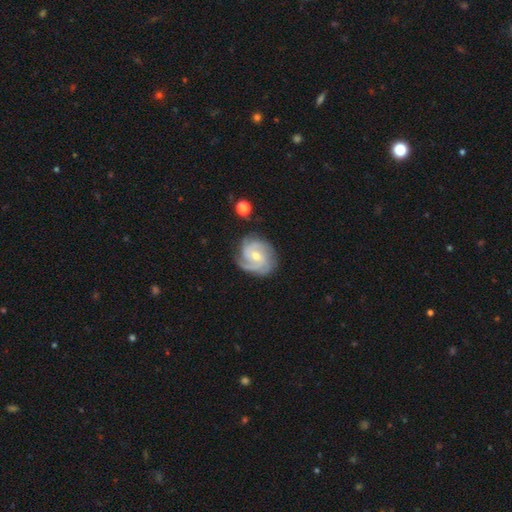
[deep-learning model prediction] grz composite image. It shows a featured or disk galaxy (86%) with no bar (54%), 3 (40%) tight (55%) spiral arms (97%) and a small central bulge (49%). Merging: none (72%).